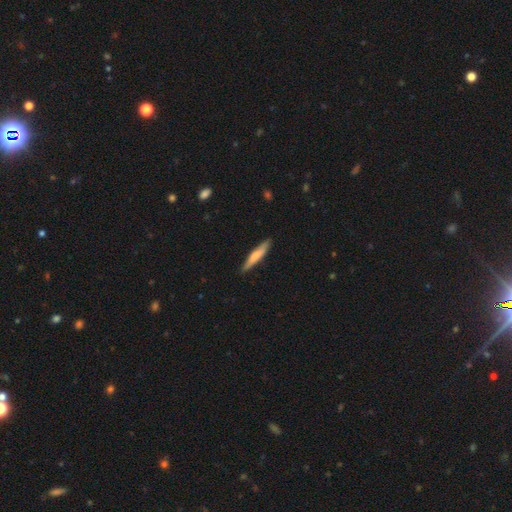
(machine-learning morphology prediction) This appears to be a smooth galaxy with no disk features (68%) that is cigar-shaped (92%). Merging: none (87%).